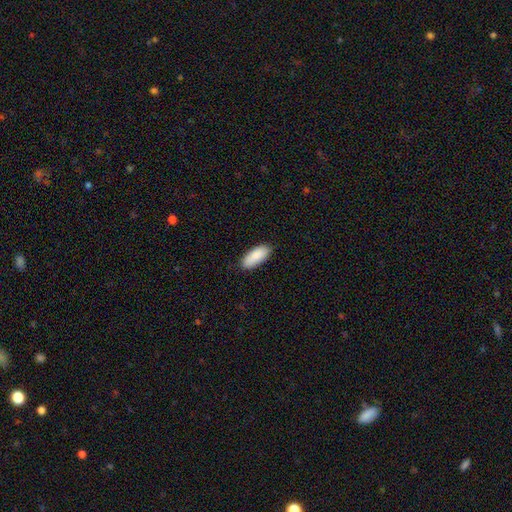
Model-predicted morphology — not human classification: A smooth galaxy with no disk features (89%) that is in between round and cigar-shaped (85%). Merging: none (86%).